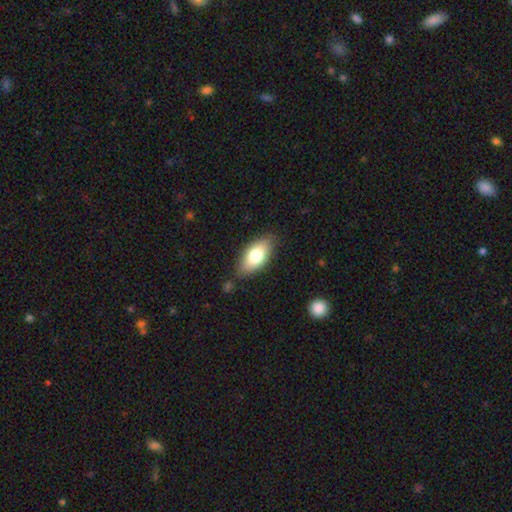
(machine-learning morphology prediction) type=smooth (77%); roundness=in between (89%); merging=none (81%).